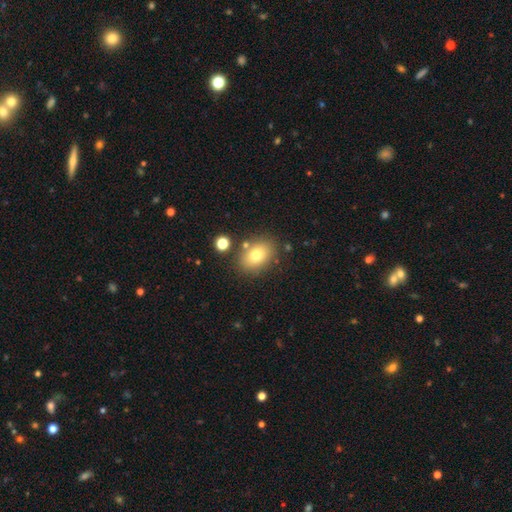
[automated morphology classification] smooth_or_featured: smooth (p=0.77) [alt: featured or disk p=0.13]
how_rounded: in between (p=0.75) [alt: round p=0.23]
merging: none (p=0.79) [alt: minor disturbance p=0.11]